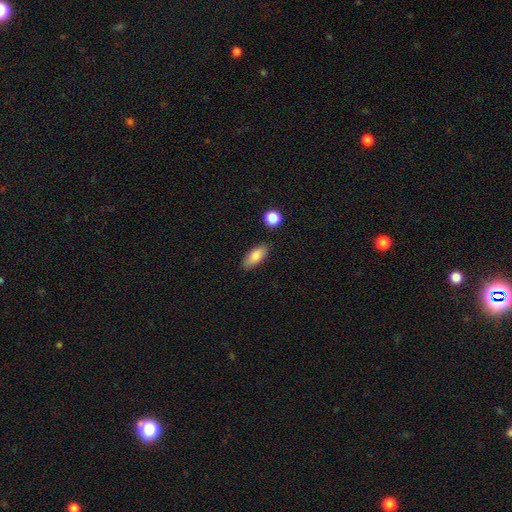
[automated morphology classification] smooth 84%, featured or disk 9%, star or artifact 7%. Down the decision tree: how rounded — in between (86%); merging — none (85%).